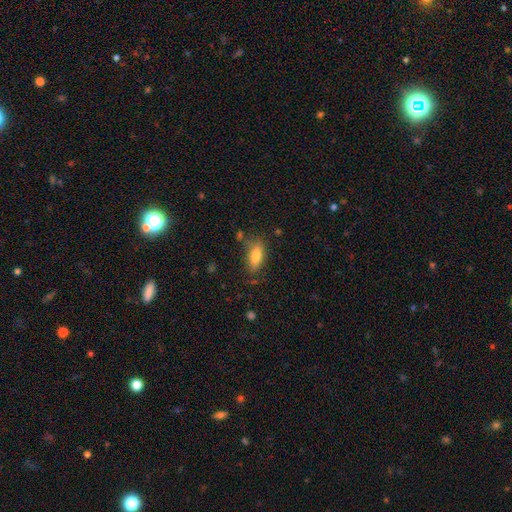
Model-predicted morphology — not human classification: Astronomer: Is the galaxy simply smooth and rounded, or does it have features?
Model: smooth — 78%.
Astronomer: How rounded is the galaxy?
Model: in between — 81%.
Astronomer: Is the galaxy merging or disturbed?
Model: none — 73%.